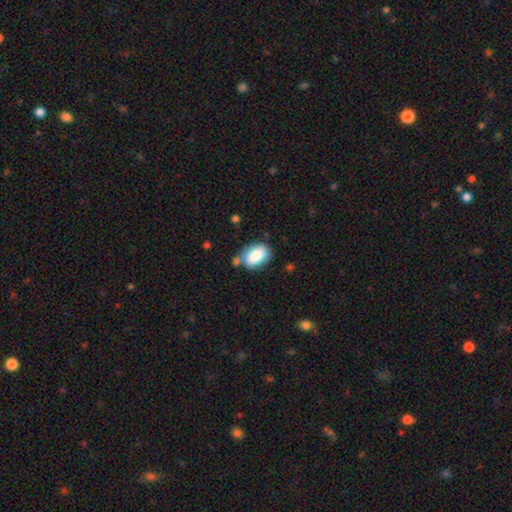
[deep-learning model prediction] The model was most divided on "merging": none: 66%, minor disturbance: 18%, merger: 12%, major disturbance: 5%. More confident: how rounded — in between (87%); smooth or featured — smooth (84%).